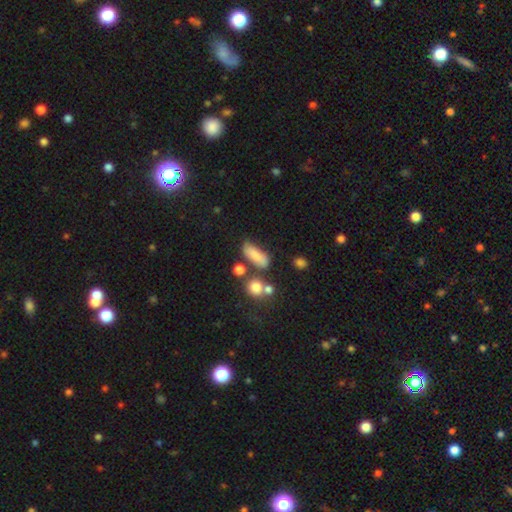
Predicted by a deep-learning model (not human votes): A smooth galaxy with no disk features (77%) that is in between round and cigar-shaped (71%).

Vote fractions:
- Smooth or featured? smooth: 77% / featured or disk: 13% / star or artifact: 10%
- How rounded? in between: 71% / cigar-shaped: 21% / round: 7%
- Merging? none: 58% / minor disturbance: 19% / merger: 15% / major disturbance: 7%